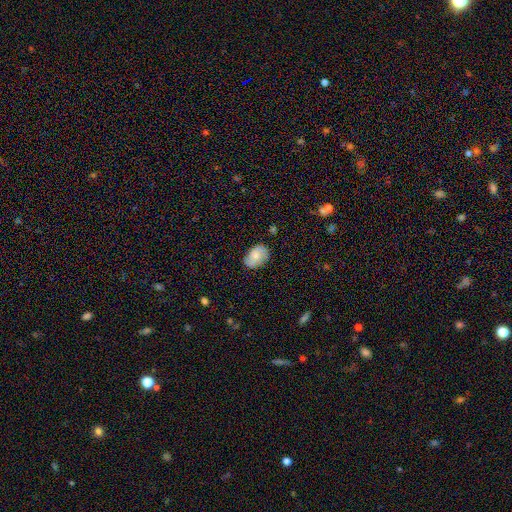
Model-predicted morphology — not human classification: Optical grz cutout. It shows a smooth galaxy with no disk features (64%) that is in between round and cigar-shaped (84%). Merging: none (77%).